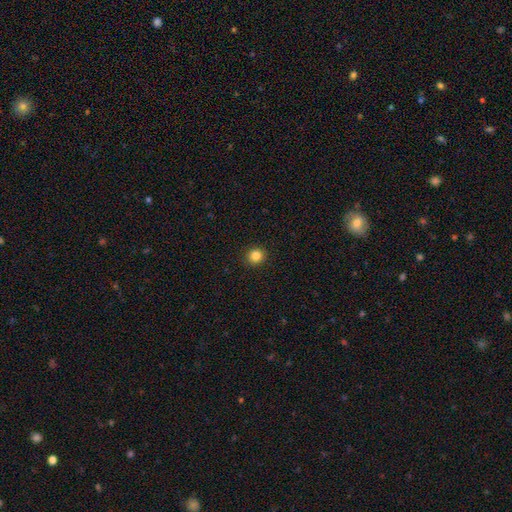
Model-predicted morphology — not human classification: This appears to be a smooth galaxy with no disk features (85%) that is round (91%). Merging: none (93%).